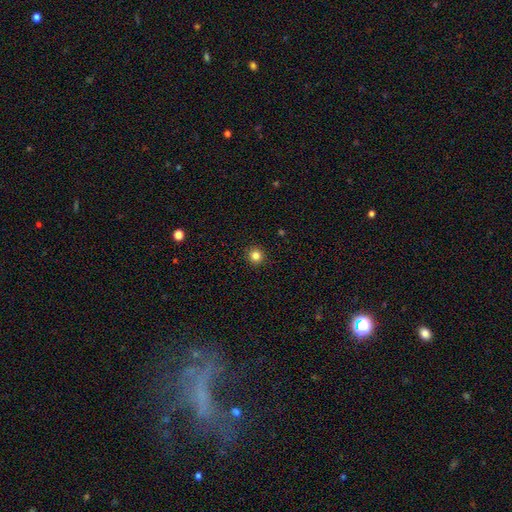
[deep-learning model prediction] Smooth or featured? Predicted: smooth (p=0.84). How rounded? Predicted: round (p=0.95). Merging? Predicted: none (p=0.93).